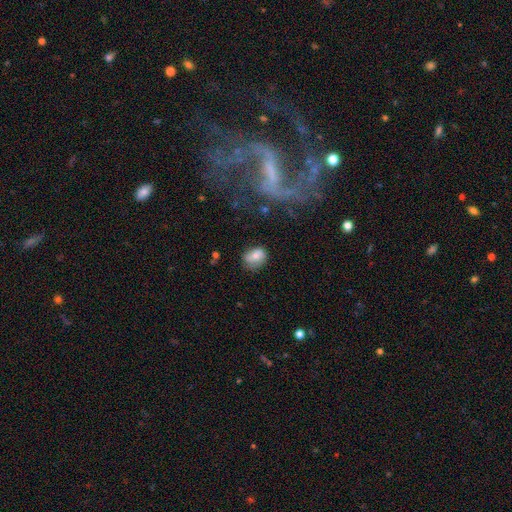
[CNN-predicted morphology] smooth_or_featured: smooth (p=0.63) [alt: featured or disk p=0.28]
how_rounded: in between (p=0.60) [alt: round p=0.39]
merging: none (p=0.64) [alt: minor disturbance p=0.26]